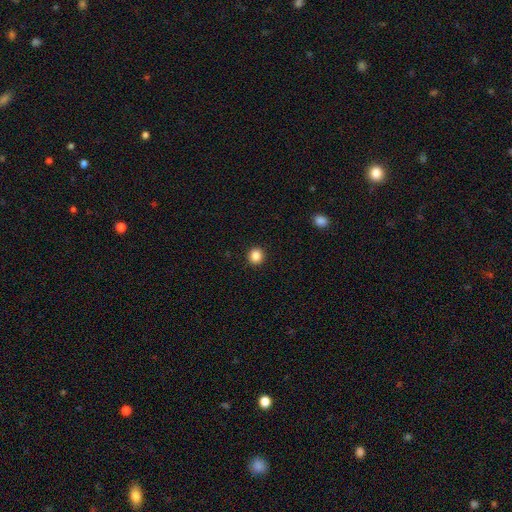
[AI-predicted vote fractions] Morphology: type=smooth (86%); roundness=round (92%); merging=none (93%).